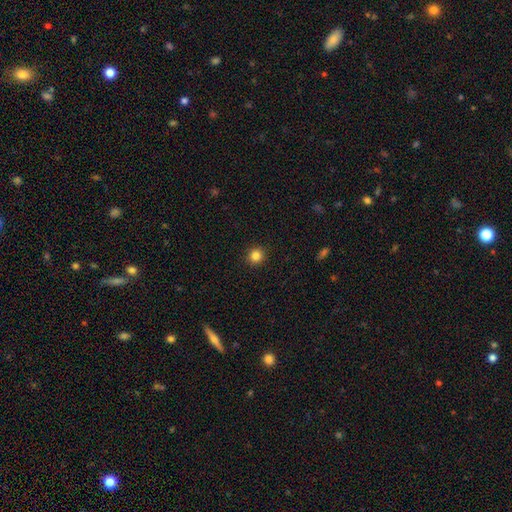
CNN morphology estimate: This appears to be a smooth galaxy with no disk features (84%) that is round (93%). Merging: none (92%).